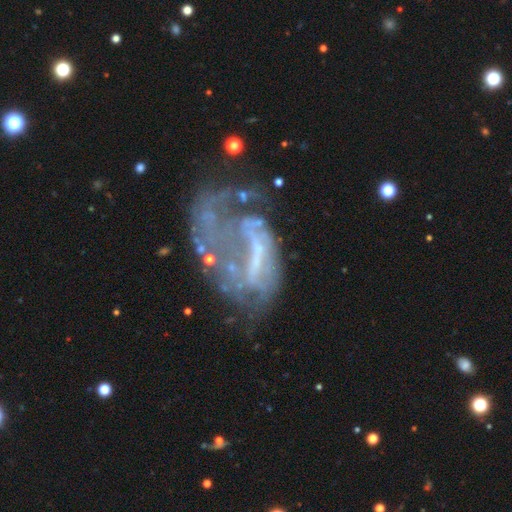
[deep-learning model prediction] Smooth or featured?
  - featured or disk: 75% *
  - smooth: 13%
  - star or artifact: 12%
Edge-on disk?
  - no: 97% *
  - yes: 3%
Bar?
  - no: 40% *
  - weak: 36%
  - strong: 24%
Spiral arms?
  - yes: 52% *
  - no: 48%
Bulge size?
  - none: 52% *
  - small: 34%
  - moderate: 12%
  - large: 2%
  - dominant: 1%
Merging?
  - major disturbance: 49% *
  - none: 25%
  - minor disturbance: 16%
  - merger: 9%